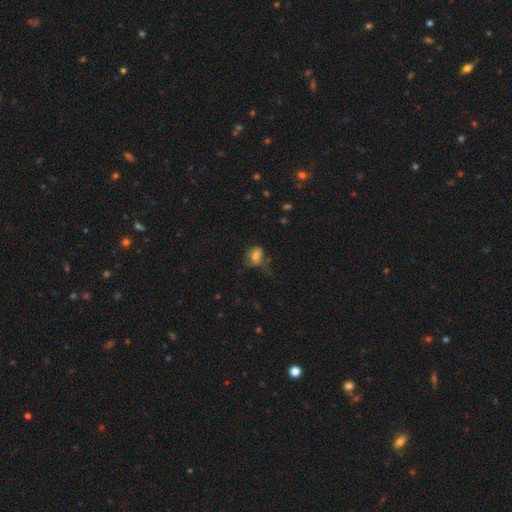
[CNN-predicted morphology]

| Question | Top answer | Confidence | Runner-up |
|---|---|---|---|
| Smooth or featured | smooth | 74% | featured or disk (15%) |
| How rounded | in between | 67% | round (32%) |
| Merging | none | 42% | minor disturbance (31%) |